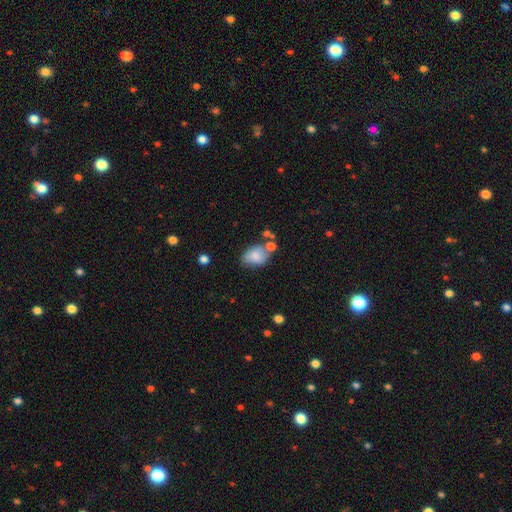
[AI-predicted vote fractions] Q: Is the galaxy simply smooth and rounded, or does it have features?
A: smooth — 77%.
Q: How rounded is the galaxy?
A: in between — 81%.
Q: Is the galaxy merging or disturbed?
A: none — 47%.